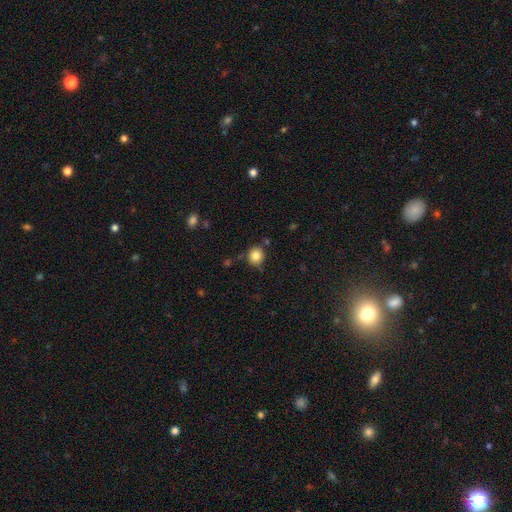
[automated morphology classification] A smooth galaxy with no disk features (83%) that is round (88%).

Vote fractions:
- Smooth or featured? smooth: 83% / star or artifact: 11% / featured or disk: 6%
- How rounded? round: 88% / in between: 11% / cigar-shaped: 1%
- Merging? none: 81% / minor disturbance: 12% / merger: 4% / major disturbance: 3%